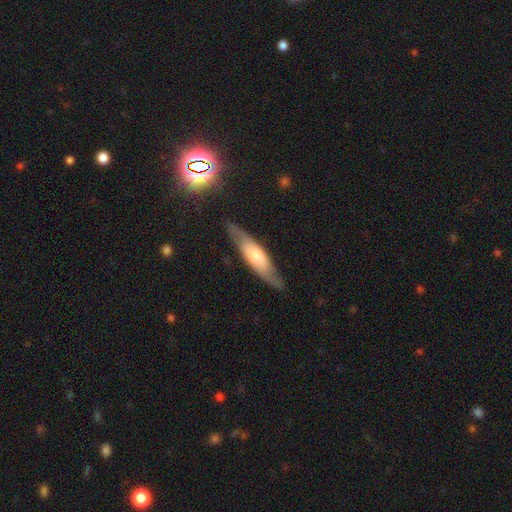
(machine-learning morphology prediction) smooth_or_featured: smooth (p=0.52) [alt: featured or disk p=0.42]
how_rounded: cigar-shaped (p=0.68) [alt: in between p=0.31]
merging: none (p=0.80) [alt: minor disturbance p=0.14]